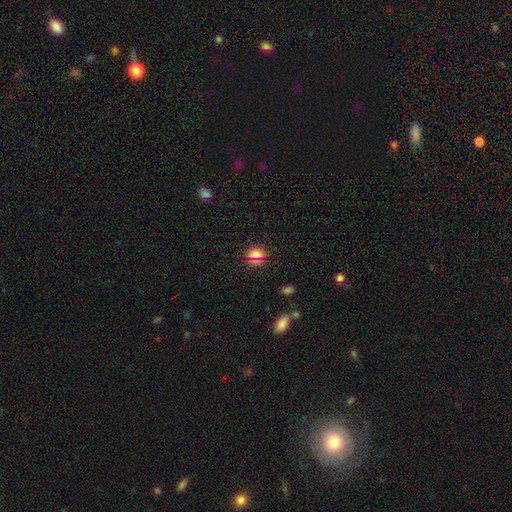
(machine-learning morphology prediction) Smooth or featured?
  - smooth: 67% *
  - star or artifact: 26%
  - featured or disk: 7%
How rounded?
  - round: 74% *
  - in between: 24%
  - cigar-shaped: 2%
Merging?
  - none: 84% *
  - minor disturbance: 10%
  - major disturbance: 4%
  - merger: 3%